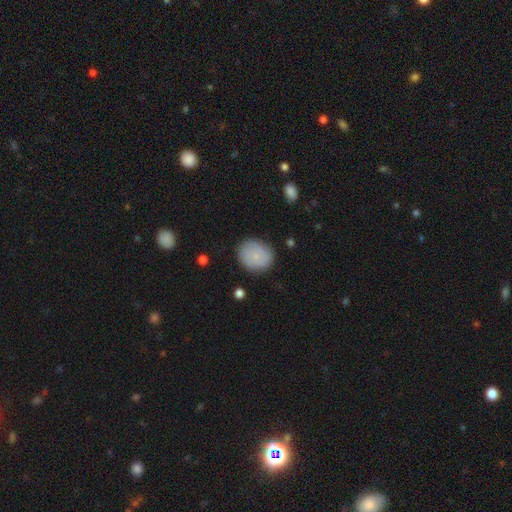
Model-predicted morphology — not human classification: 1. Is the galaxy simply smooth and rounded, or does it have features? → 74% smooth, 19% featured or disk, 8% star or artifact.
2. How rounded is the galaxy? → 72% round, 27% in between, 1% cigar-shaped.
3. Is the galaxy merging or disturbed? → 82% none, 13% minor disturbance, 3% major disturbance, 1% merger.